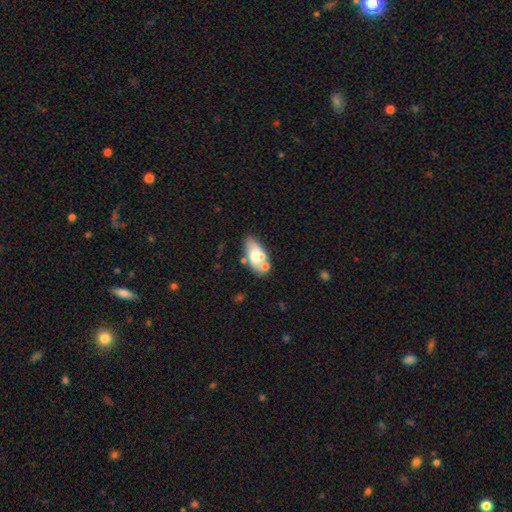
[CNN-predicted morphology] A smooth galaxy with no disk features (55%) that is in between round and cigar-shaped (89%). Merging: none (49%).